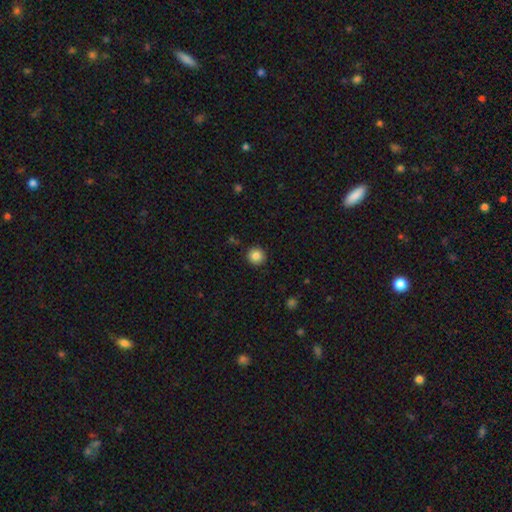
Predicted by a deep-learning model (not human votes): Overall: smooth (85%). How rounded: round (94%). Merging: none (91%).